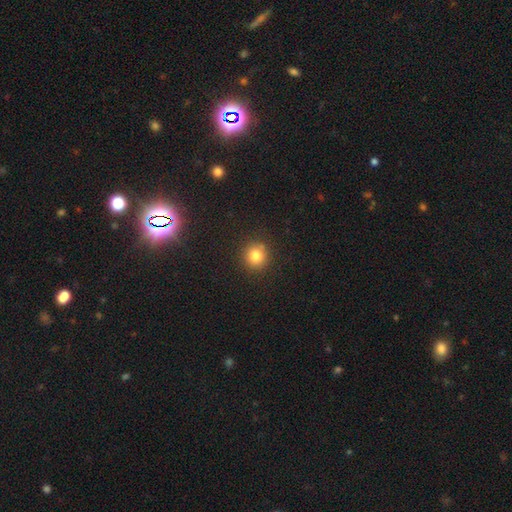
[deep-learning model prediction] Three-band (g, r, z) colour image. It shows a smooth galaxy with no disk features (81%) that is round (91%). Merging: none (88%).